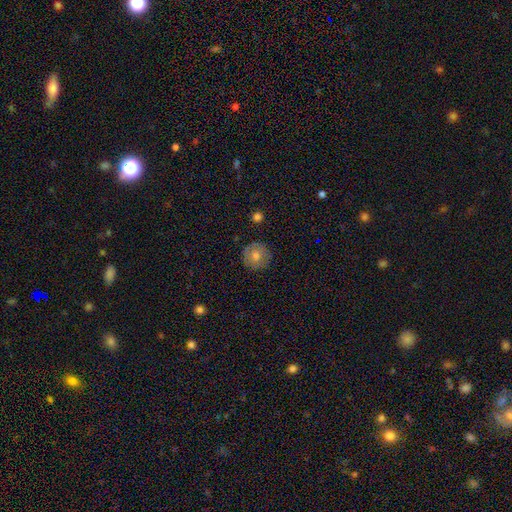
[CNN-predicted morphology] Smooth or featured: smooth — 61% (featured or disk — 30%)
How rounded: round — 95% (in between — 4%)
Merging: none — 87% (minor disturbance — 9%)